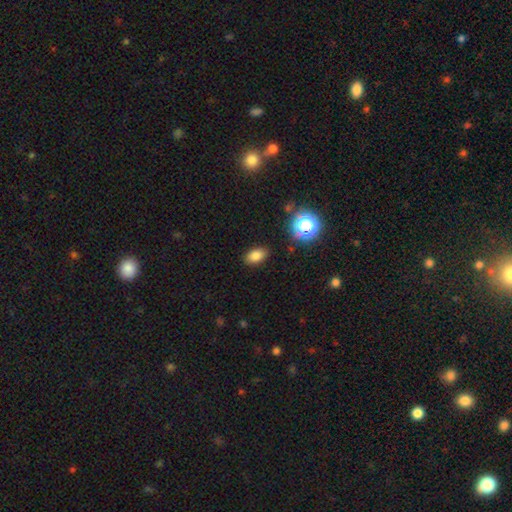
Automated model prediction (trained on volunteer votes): A smooth galaxy with no disk features (79%) that is in between round and cigar-shaped (86%).

Vote fractions:
- Smooth or featured? smooth: 79% / star or artifact: 15% / featured or disk: 6%
- How rounded? in between: 86% / round: 12% / cigar-shaped: 2%
- Merging? none: 86% / minor disturbance: 10% / major disturbance: 3% / merger: 2%